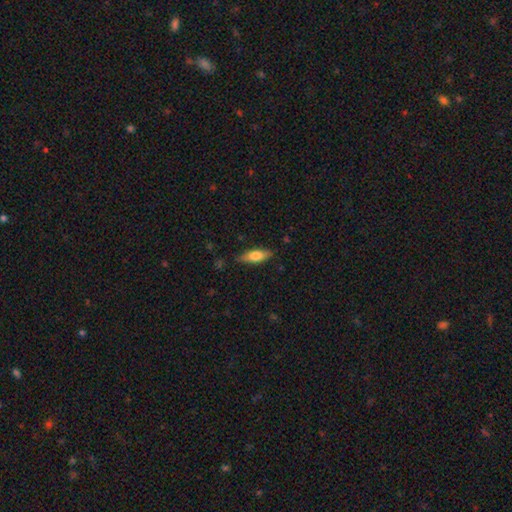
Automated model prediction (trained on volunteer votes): Overall: smooth (68%). How rounded: in between (60%; cigar-shaped 38%). Merging: none (81%).